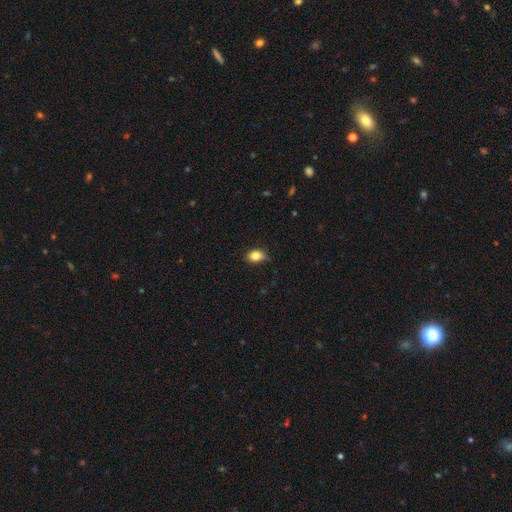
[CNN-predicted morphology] This is clearly a smooth galaxy (83%). How rounded: likely in between (65%). Merging: likely none (68%).